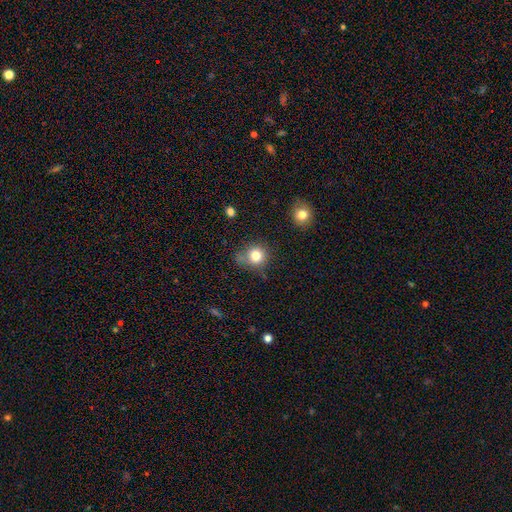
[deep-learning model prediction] Smooth or featured? Predicted: smooth (p=0.80). How rounded? Predicted: round (p=0.87). Merging? Predicted: none (p=0.65).